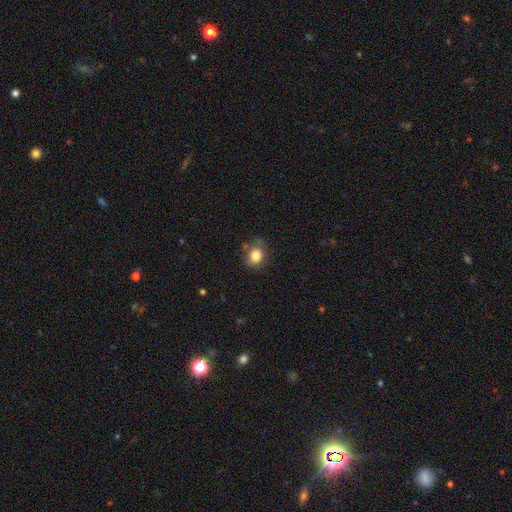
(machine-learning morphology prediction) A smooth galaxy with no disk features (81%) that is round (57%). Merging: none (66%).